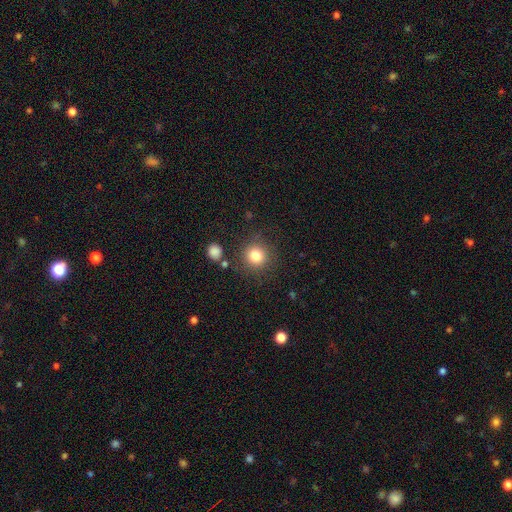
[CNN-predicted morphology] smooth-or-featured: smooth: 82% | star or artifact: 12% | featured or disk: 7%
  how-rounded: round: 93% | in between: 6% | cigar-shaped: 1%
  merging: none: 85% | minor disturbance: 8% | merger: 4% | major disturbance: 4%